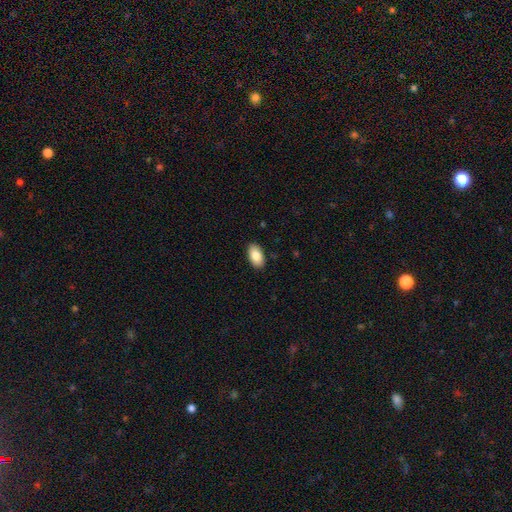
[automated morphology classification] Smooth or featured: smooth — 85% (featured or disk — 9%)
How rounded: in between — 95% (round — 4%)
Merging: none — 89% (minor disturbance — 8%)